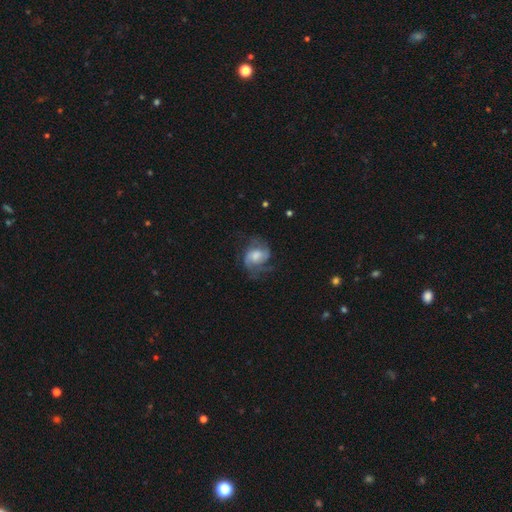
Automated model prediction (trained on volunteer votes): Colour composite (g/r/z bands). It shows a featured or disk galaxy (70%) with no bar (54%), 2 (63%) medium (47%) spiral arms (91%) and a moderate central bulge (41%). Merging: none (54%).